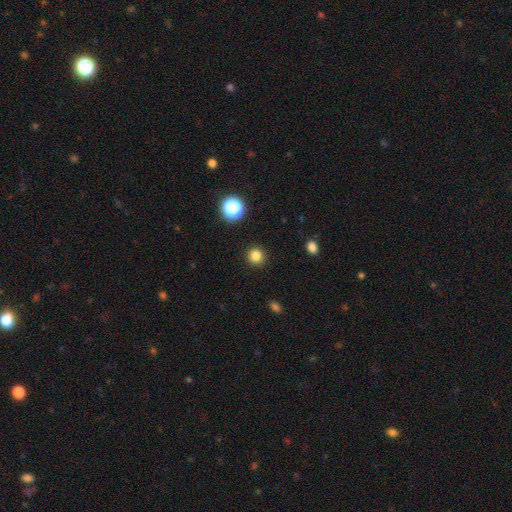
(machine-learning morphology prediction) Smooth or featured? Predicted: smooth (p=0.83). How rounded? Predicted: round (p=0.93). Merging? Predicted: none (p=0.92).